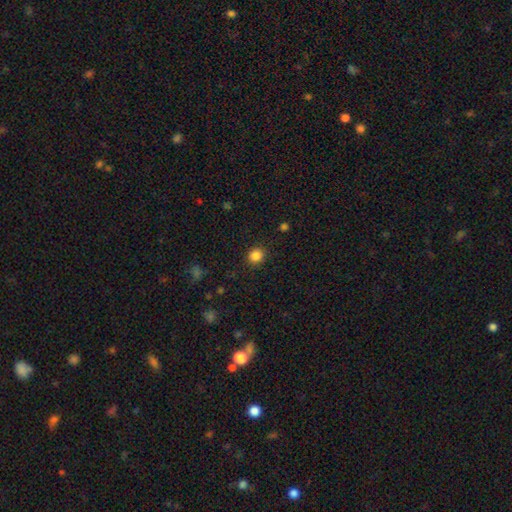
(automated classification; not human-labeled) Smooth or featured?
  - smooth: 85% *
  - star or artifact: 11%
  - featured or disk: 3%
How rounded?
  - round: 81% *
  - in between: 18%
  - cigar-shaped: 1%
Merging?
  - none: 89% *
  - minor disturbance: 7%
  - major disturbance: 2%
  - merger: 1%